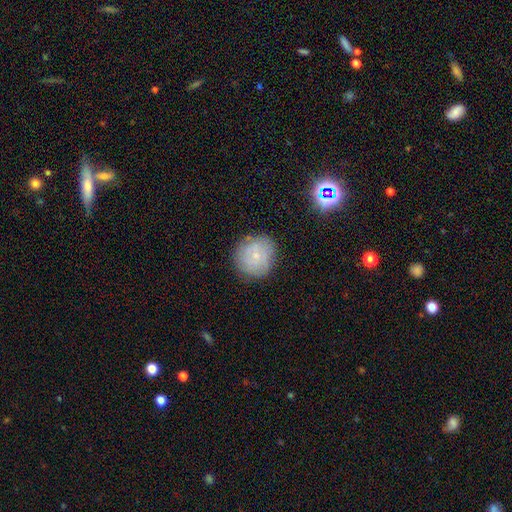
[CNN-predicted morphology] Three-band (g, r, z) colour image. It shows a smooth galaxy with no disk features (46%). Merging: none (79%).